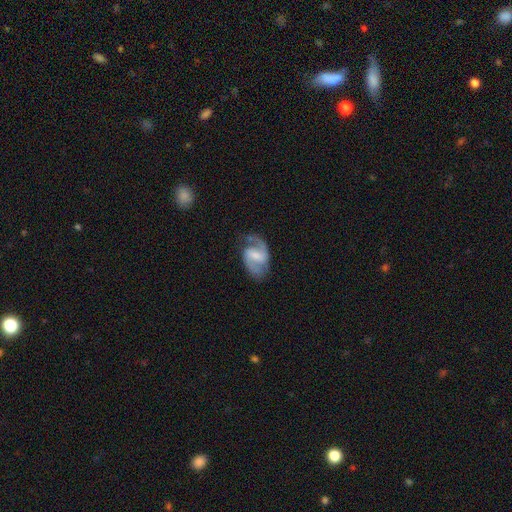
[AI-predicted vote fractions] featured or disk 84%, smooth 10%, star or artifact 5%. Down the decision tree: edge-on disk — no (98%); bar — weak (54%); spiral arms — yes (96%); spiral arm count — 2 (90%); spiral winding — medium (56%); bulge size — small (40%); merging — none (73%).